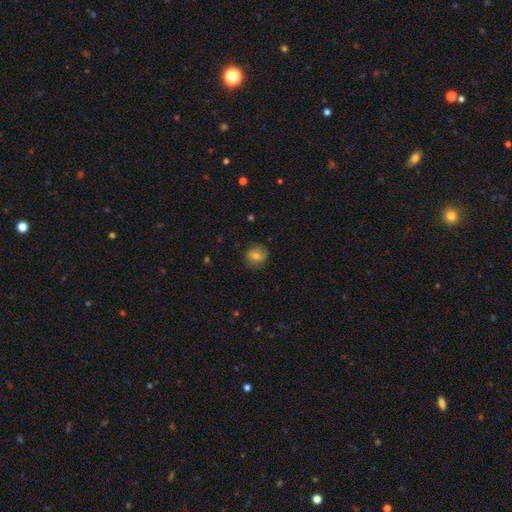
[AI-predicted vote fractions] Smooth or featured: smooth — 73% (featured or disk — 16%)
How rounded: round — 78% (in between — 21%)
Merging: none — 84% (minor disturbance — 12%)